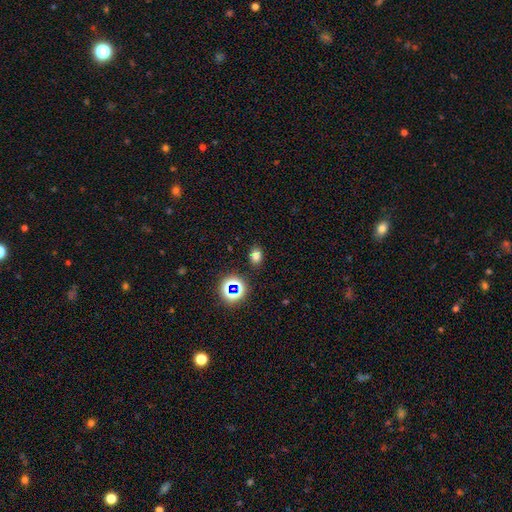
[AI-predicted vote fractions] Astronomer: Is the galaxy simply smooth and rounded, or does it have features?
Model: smooth — 73%.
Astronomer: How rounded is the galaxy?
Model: in between — 60% (runner-up: round, 39%).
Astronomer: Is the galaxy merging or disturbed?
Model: none — 86%.